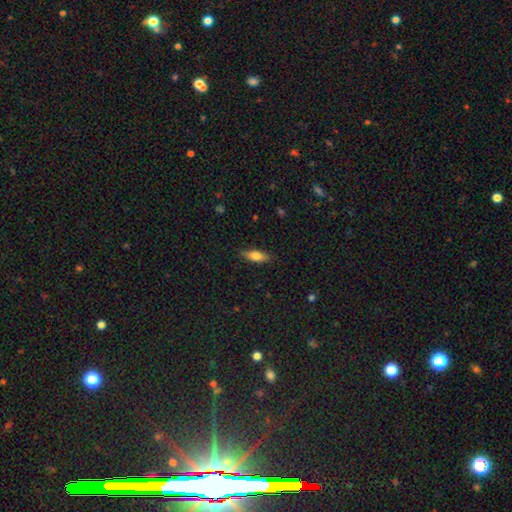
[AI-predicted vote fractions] A smooth galaxy with no disk features (73%) that is in between round and cigar-shaped (67%). Merging: none (86%).